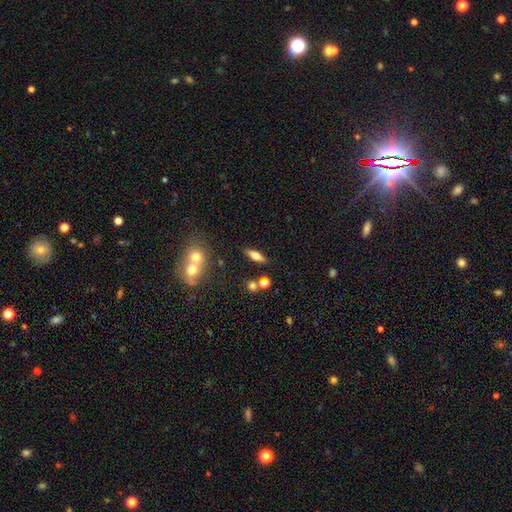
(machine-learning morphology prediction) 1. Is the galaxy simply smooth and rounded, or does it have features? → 55% smooth, 35% featured or disk, 9% star or artifact.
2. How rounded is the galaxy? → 55% in between, 41% cigar-shaped, 4% round.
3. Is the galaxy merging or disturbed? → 79% none, 10% minor disturbance, 8% merger, 3% major disturbance.